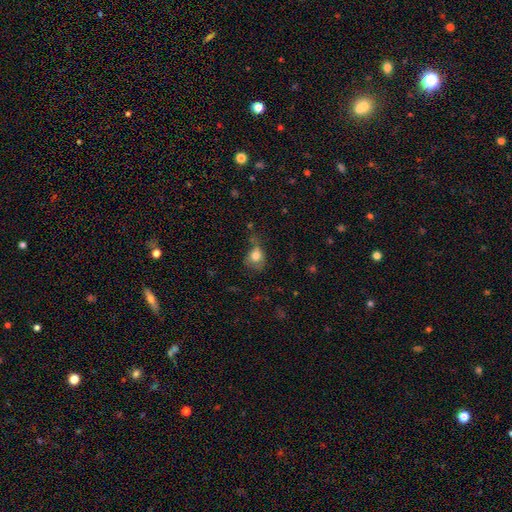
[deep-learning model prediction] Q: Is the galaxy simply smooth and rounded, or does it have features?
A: smooth — 78%.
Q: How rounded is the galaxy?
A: round — 60%.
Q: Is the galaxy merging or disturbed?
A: none — 37%.